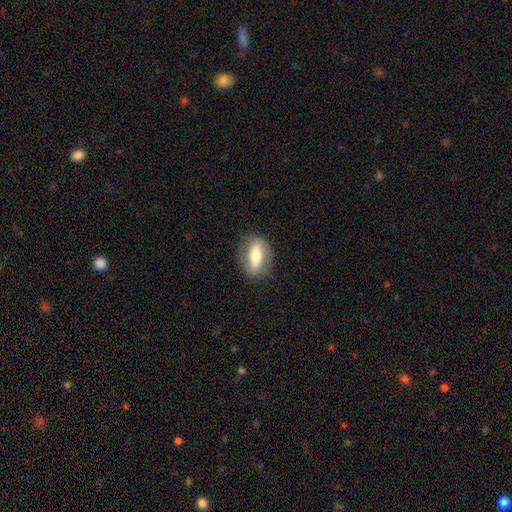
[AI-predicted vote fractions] Smooth or featured? Predicted: smooth (p=0.50). Merging? Predicted: none (p=0.81).